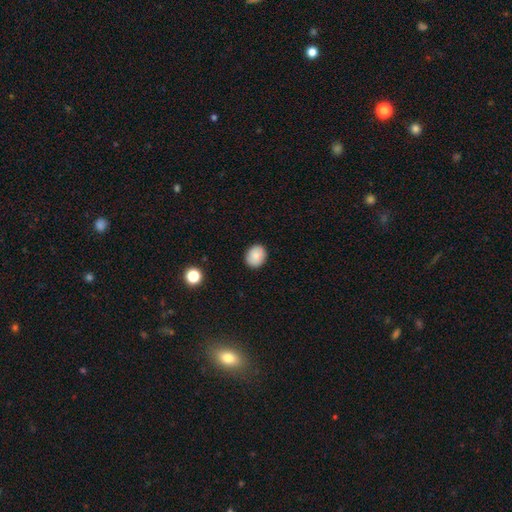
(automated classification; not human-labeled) smooth 85%, star or artifact 8%, featured or disk 7%. Down the decision tree: how rounded — round (60%); merging — none (88%).